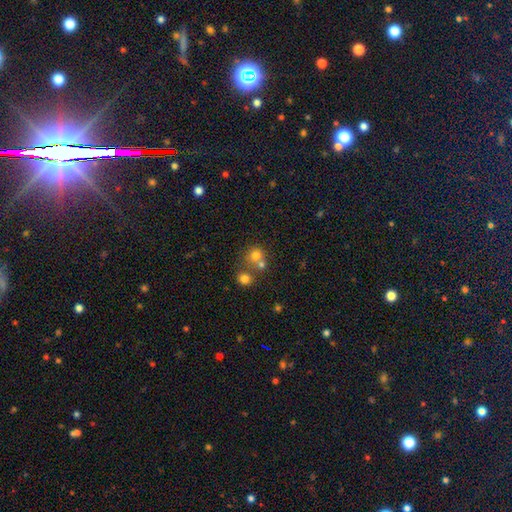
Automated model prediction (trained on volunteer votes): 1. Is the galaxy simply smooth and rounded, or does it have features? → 71% smooth, 16% star or artifact, 13% featured or disk.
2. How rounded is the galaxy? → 84% round, 15% in between, 1% cigar-shaped.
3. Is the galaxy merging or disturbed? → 48% none, 41% merger, 8% minor disturbance, 4% major disturbance.